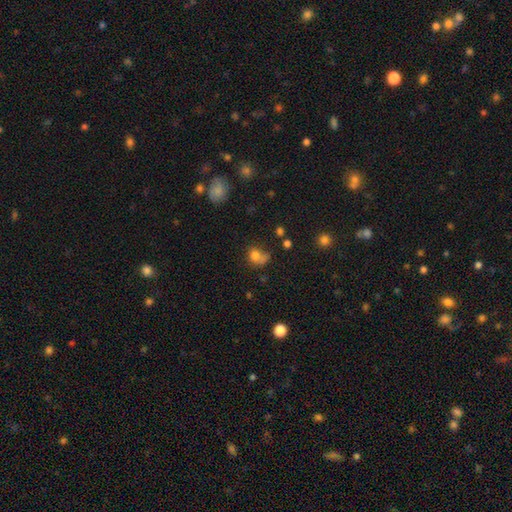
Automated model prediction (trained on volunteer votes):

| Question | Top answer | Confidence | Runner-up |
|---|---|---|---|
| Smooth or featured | smooth | 75% | star or artifact (13%) |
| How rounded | round | 66% | in between (33%) |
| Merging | none | 38% | minor disturbance (23%) |